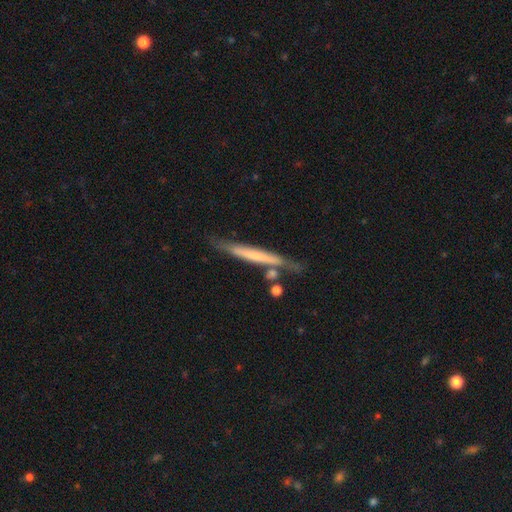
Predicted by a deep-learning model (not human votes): Smooth or featured: featured or disk — 49% (smooth — 46%)
Merging: none — 72% (minor disturbance — 16%)